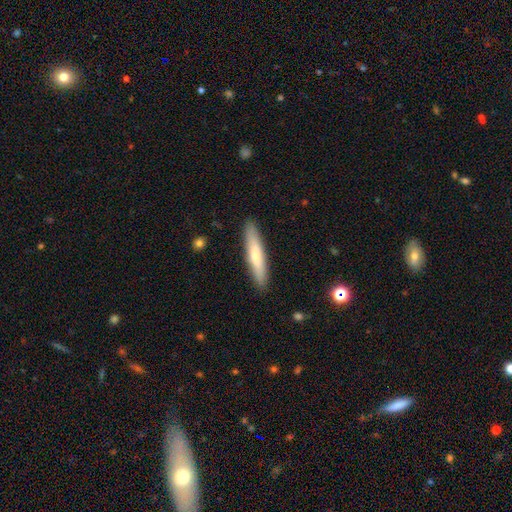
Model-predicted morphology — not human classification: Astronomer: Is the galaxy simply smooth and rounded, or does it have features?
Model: smooth — 63%.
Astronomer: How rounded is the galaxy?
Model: cigar-shaped — 87%.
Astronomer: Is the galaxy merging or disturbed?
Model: none — 90%.